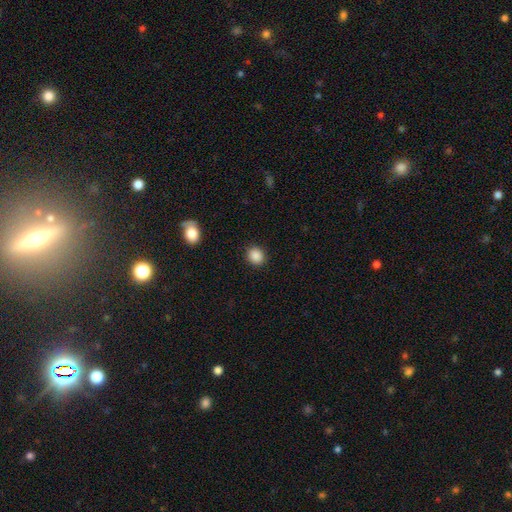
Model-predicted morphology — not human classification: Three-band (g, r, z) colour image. It shows a smooth galaxy with no disk features (88%) that is round (77%). Merging: none (90%).